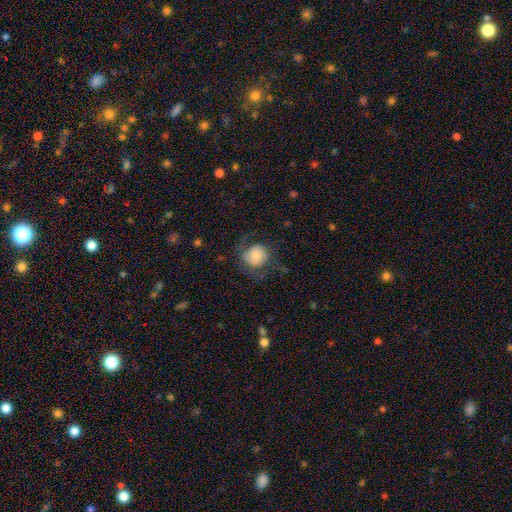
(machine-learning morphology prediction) Overall: smooth (52%; featured or disk 39%). How rounded: round (75%). Merging: none (57%; major disturbance 21%).